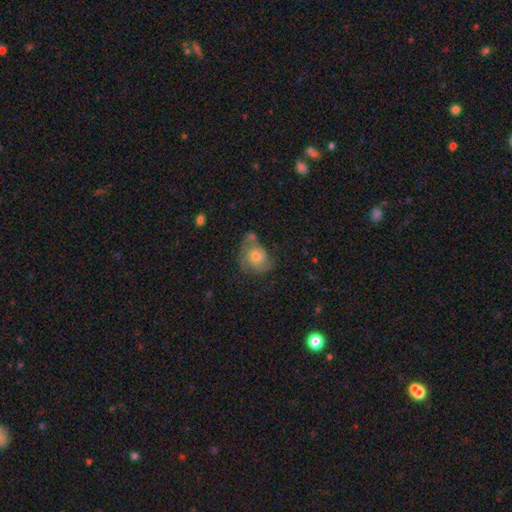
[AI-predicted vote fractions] Smooth or featured: featured or disk — 50% (smooth — 41%)
Merging: none — 43% (minor disturbance — 25%)